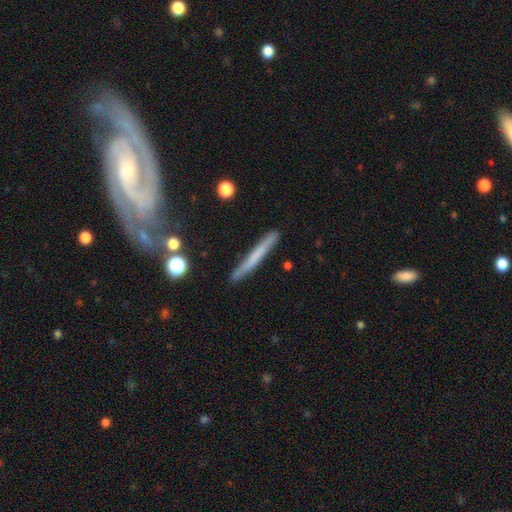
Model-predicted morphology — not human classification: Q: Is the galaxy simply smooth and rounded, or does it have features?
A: smooth — 57%.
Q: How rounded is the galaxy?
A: cigar-shaped — 96%.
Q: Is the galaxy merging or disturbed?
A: none — 85%.